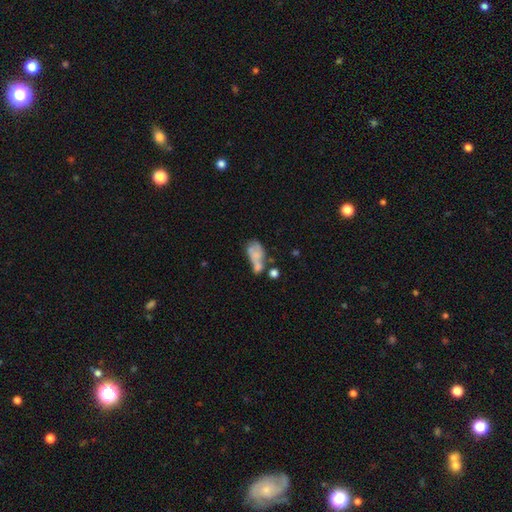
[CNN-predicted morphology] smooth-or-featured: smooth: 56% | featured or disk: 33% | star or artifact: 11%
  how-rounded: in between: 85% | round: 9% | cigar-shaped: 5%
  merging: merger: 41% | major disturbance: 23% | none: 19% | minor disturbance: 17%